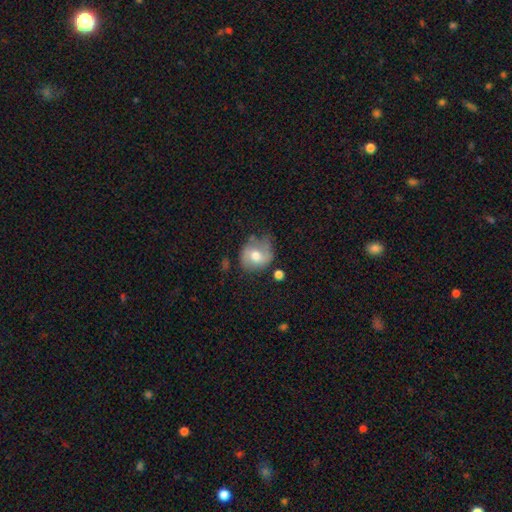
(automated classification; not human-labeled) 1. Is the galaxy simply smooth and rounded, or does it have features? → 55% smooth, 37% featured or disk, 8% star or artifact.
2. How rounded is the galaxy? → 66% round, 33% in between, 1% cigar-shaped.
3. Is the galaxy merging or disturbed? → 55% none, 30% minor disturbance, 11% major disturbance, 4% merger.